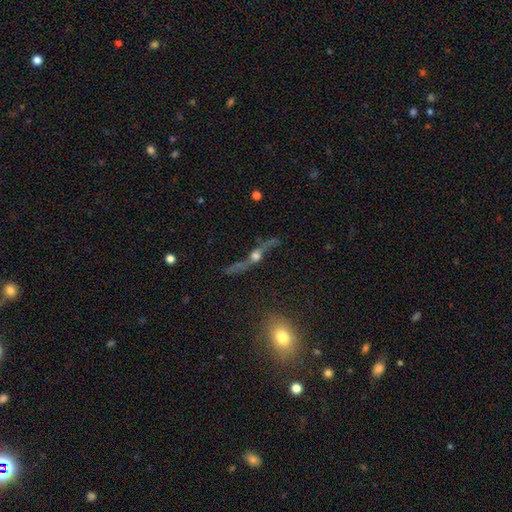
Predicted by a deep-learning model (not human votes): Overall: featured or disk (62%). Edge-on disk: yes (61%; no 39%). Merging: none (55%; major disturbance 16%).